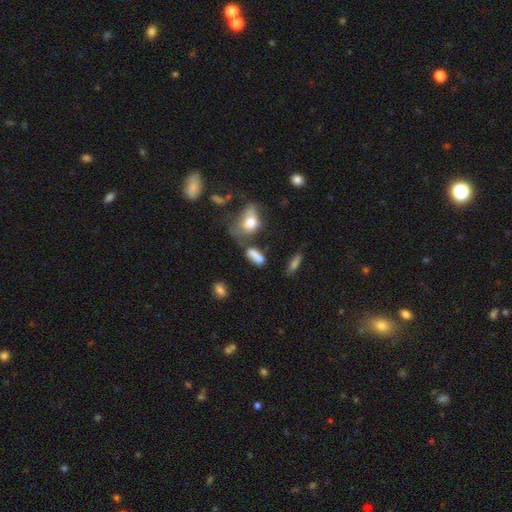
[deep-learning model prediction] This appears to be a smooth galaxy with no disk features (71%) that is in between round and cigar-shaped (67%). Merging: none (44%).